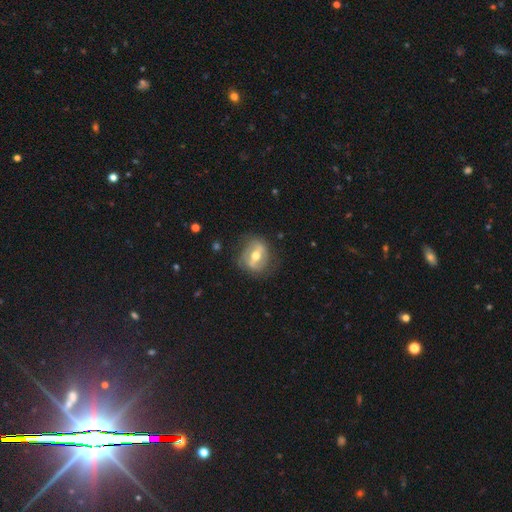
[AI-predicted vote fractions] Smooth or featured? featured or disk (68%)
Edge-on disk? no (91%)
Bar? strong (54%)
Spiral arms? yes (54%)
Bulge size? moderate (75%)
Merging? none (70%)